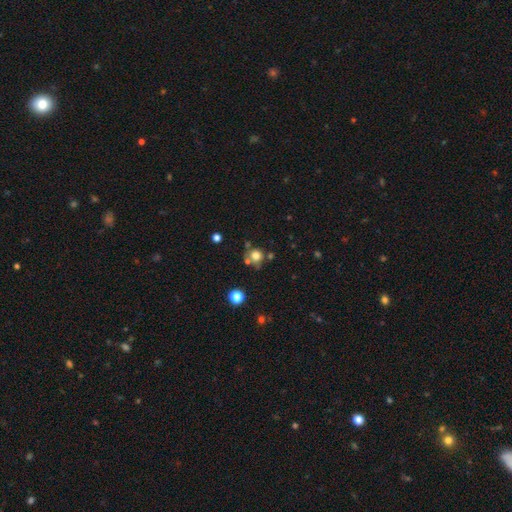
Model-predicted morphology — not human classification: Smooth or featured? Predicted: smooth (p=0.73). How rounded? Predicted: round (p=0.88). Merging? Predicted: none (p=0.59).